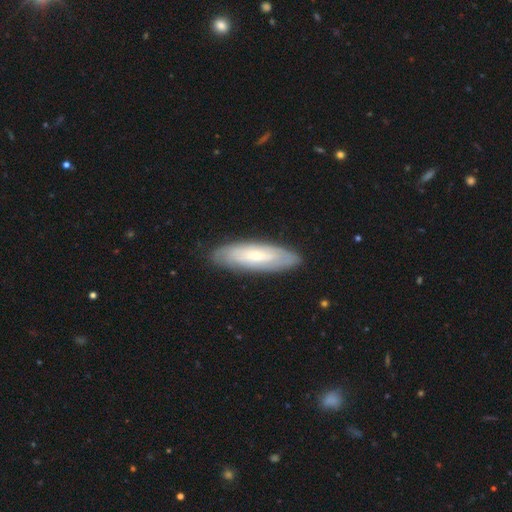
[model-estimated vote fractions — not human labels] smooth-or-featured: featured or disk: 48% | smooth: 46% | star or artifact: 6%
  merging: none: 85% | minor disturbance: 11% | major disturbance: 2% | merger: 1%